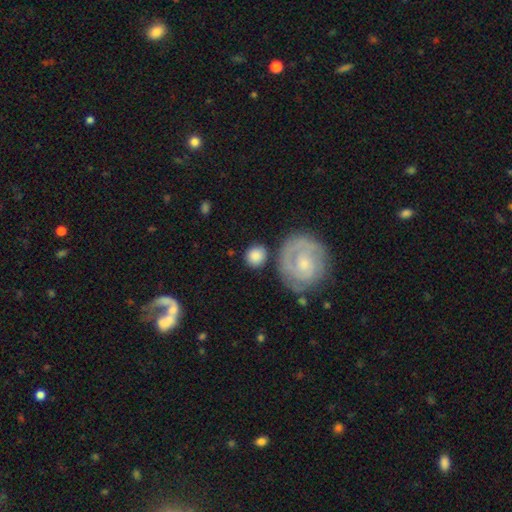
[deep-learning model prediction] This appears to be a smooth galaxy with no disk features (77%) that is round (82%). Merging: none (76%).